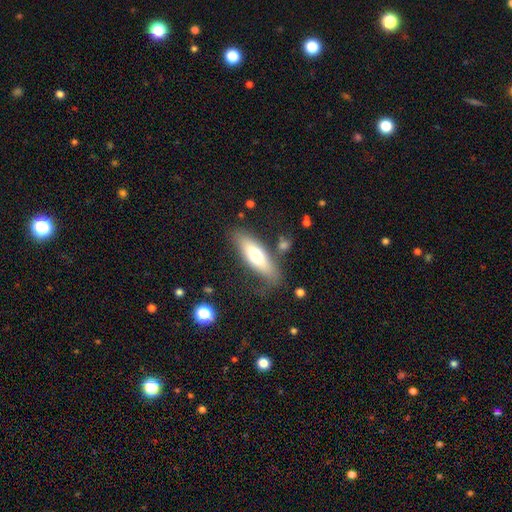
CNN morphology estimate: This appears to be a smooth galaxy with no disk features (61%) that is in between round and cigar-shaped (55%). Merging: none (71%).